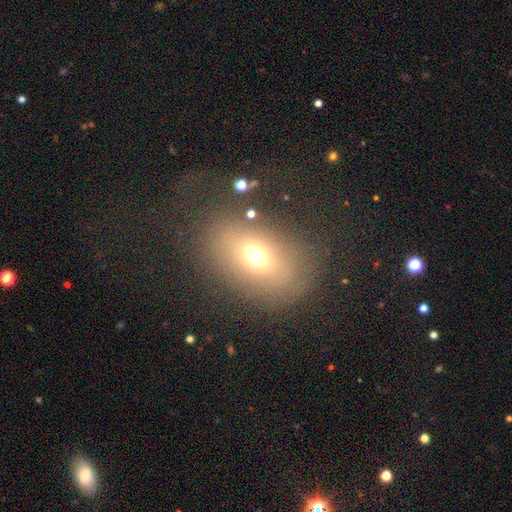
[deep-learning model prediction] Overall: smooth (66%). How rounded: in between (71%). Merging: none (76%).